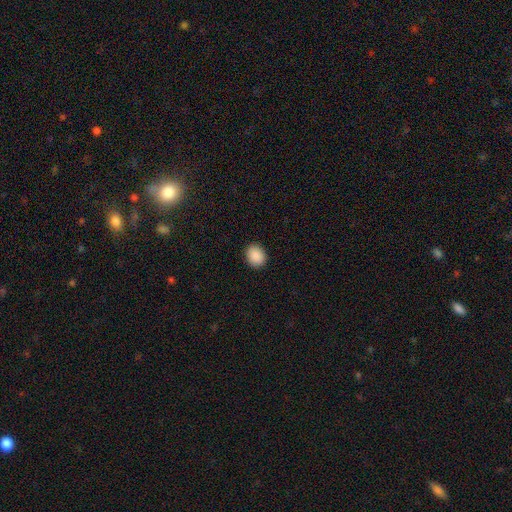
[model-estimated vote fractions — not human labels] smooth_or_featured: smooth (p=0.90) [alt: star or artifact p=0.07]
how_rounded: round (p=0.51) [alt: in between p=0.48]
merging: none (p=0.91) [alt: minor disturbance p=0.07]